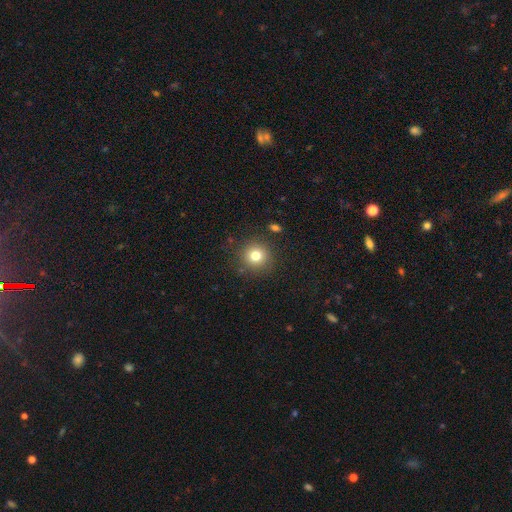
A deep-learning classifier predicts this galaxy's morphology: A smooth galaxy with no disk features (78%) that is round (94%).

Vote fractions:
- Smooth or featured? smooth: 78% / star or artifact: 14% / featured or disk: 8%
- How rounded? round: 94% / in between: 5% / cigar-shaped: 1%
- Merging? none: 88% / minor disturbance: 7% / major disturbance: 3% / merger: 2%